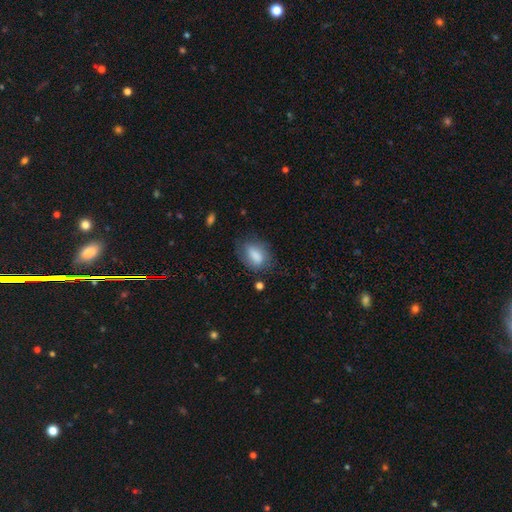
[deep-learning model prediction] Smooth or featured?
  - smooth: 76% *
  - featured or disk: 16%
  - star or artifact: 7%
How rounded?
  - in between: 85% *
  - round: 11%
  - cigar-shaped: 4%
Merging?
  - none: 64% *
  - minor disturbance: 24%
  - major disturbance: 10%
  - merger: 2%